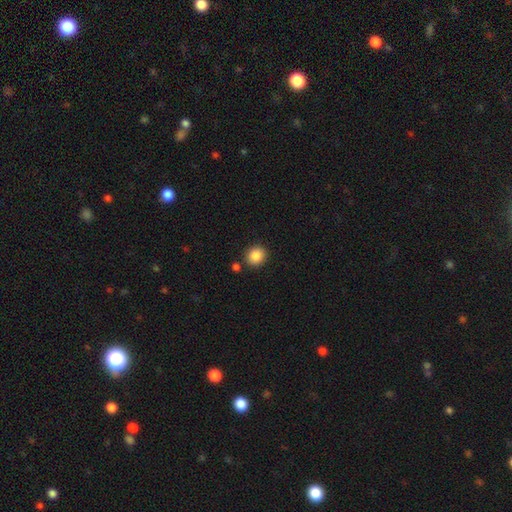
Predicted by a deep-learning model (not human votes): Overall: smooth (88%). How rounded: round (80%). Merging: none (84%).